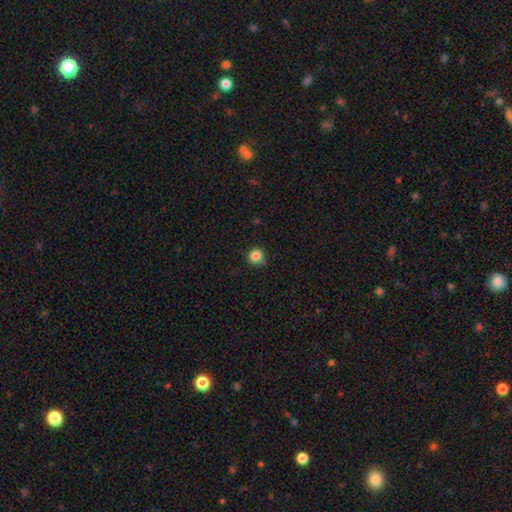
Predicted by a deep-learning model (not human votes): Smooth or featured: smooth — 84% (star or artifact — 12%)
How rounded: round — 90% (in between — 9%)
Merging: none — 77% (minor disturbance — 15%)